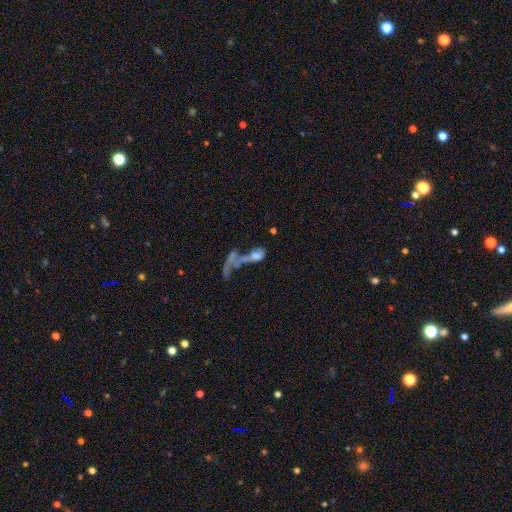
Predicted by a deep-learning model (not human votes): Smooth or featured: smooth — 45% (featured or disk — 42%)
Merging: merger — 51% (major disturbance — 31%)